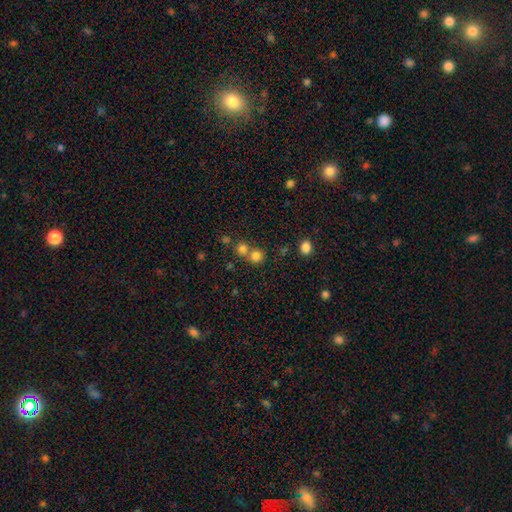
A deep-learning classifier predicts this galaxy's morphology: A smooth galaxy with no disk features (79%) that is round (90%).

Vote fractions:
- Smooth or featured? smooth: 79% / star or artifact: 15% / featured or disk: 7%
- How rounded? round: 90% / in between: 9% / cigar-shaped: 1%
- Merging? none: 57% / merger: 35% / minor disturbance: 5% / major disturbance: 2%